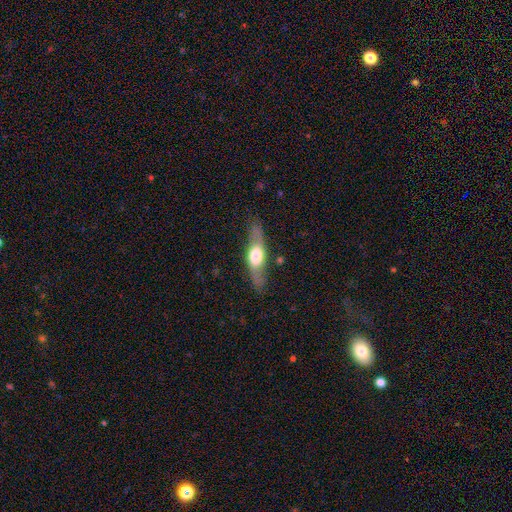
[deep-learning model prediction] A featured or disk galaxy (58%) viewed edge-on (67%).

Vote fractions:
- Smooth or featured? featured or disk: 58% / smooth: 37% / star or artifact: 6%
- Edge-on disk? yes: 67% / no: 33%
- Merging? none: 78% / minor disturbance: 15% / major disturbance: 5% / merger: 2%